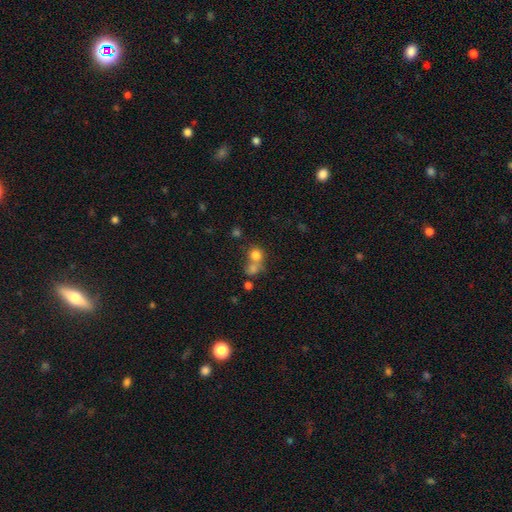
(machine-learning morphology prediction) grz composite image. It shows a smooth galaxy with no disk features (77%) that is round (79%). Merging: merger (48%).